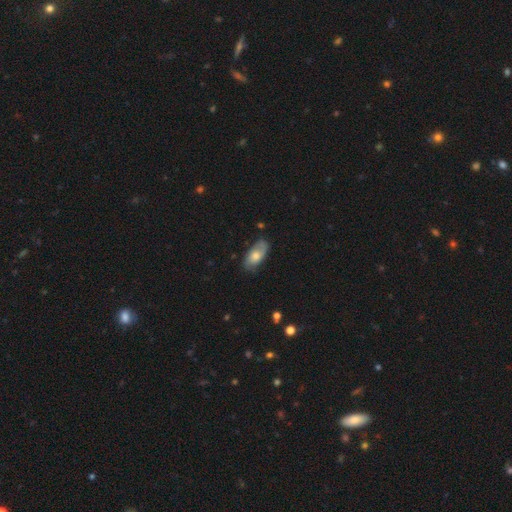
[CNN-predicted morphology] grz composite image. It shows a smooth galaxy with no disk features (58%) that is in between round and cigar-shaped (89%). Merging: none (70%).